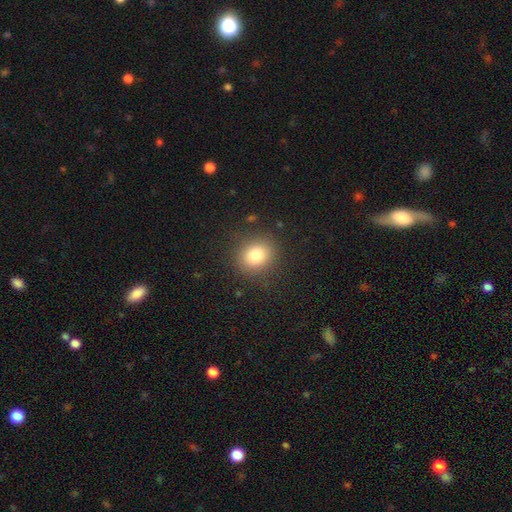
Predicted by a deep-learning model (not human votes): Q: Smooth or featured?
A: smooth (81%); runner-up: star or artifact (11%)
Q: How rounded?
A: round (72%); runner-up: in between (27%)
Q: Merging?
A: none (86%); runner-up: minor disturbance (9%)